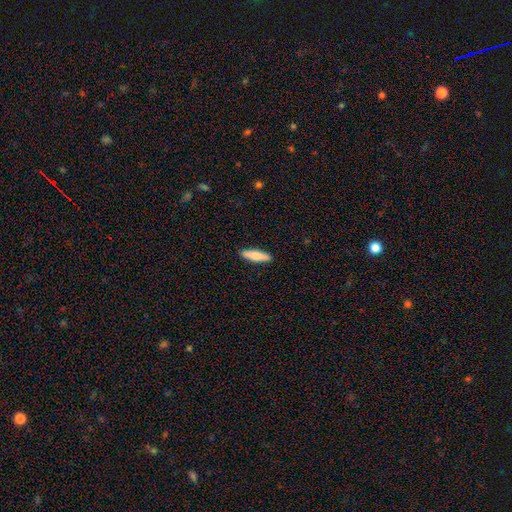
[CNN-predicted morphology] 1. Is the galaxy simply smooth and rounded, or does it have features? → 75% smooth, 19% featured or disk, 6% star or artifact.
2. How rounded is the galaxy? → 73% cigar-shaped, 25% in between, 2% round.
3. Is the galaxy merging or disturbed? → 89% none, 8% minor disturbance, 2% major disturbance, 1% merger.